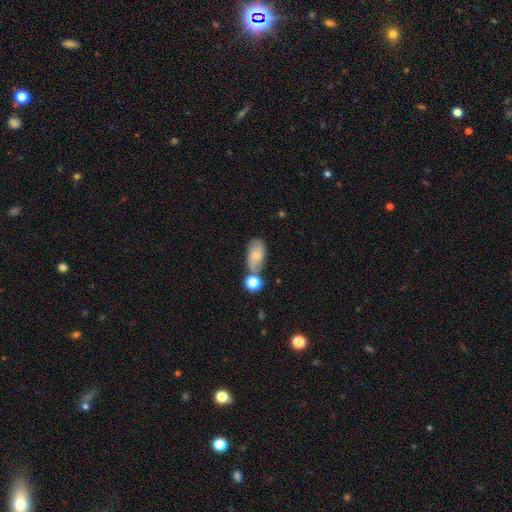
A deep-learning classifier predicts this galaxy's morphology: Smooth or featured? Predicted: smooth (p=0.68). How rounded? Predicted: in between (p=0.90). Merging? Predicted: none (p=0.54).